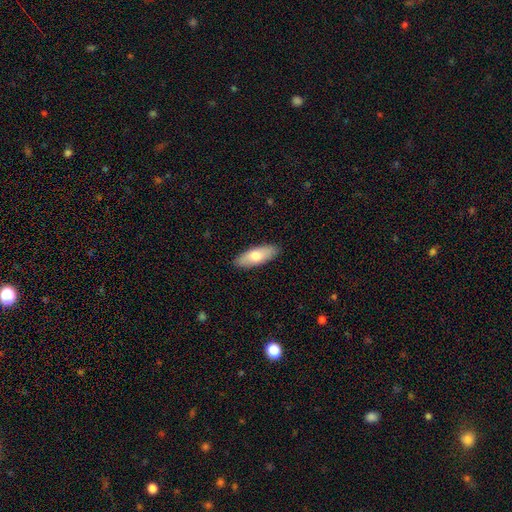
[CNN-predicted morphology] smooth-or-featured: smooth: 74% | featured or disk: 21% | star or artifact: 5%
  how-rounded: in between: 71% | cigar-shaped: 27% | round: 2%
  merging: none: 89% | minor disturbance: 8% | major disturbance: 2% | merger: 1%